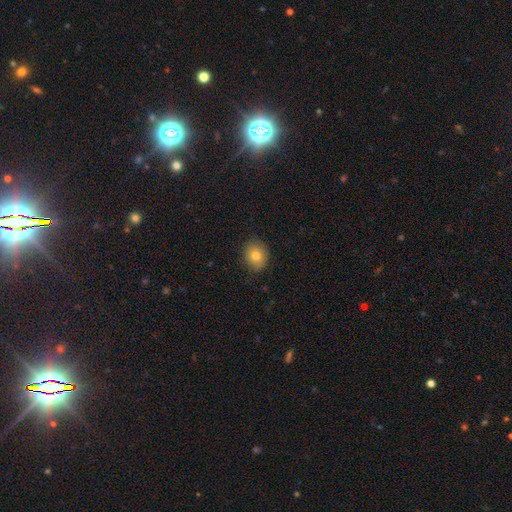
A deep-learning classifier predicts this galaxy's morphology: smooth 77%, featured or disk 12%, star or artifact 10%. Down the decision tree: how rounded — round (69%); merging — none (84%).